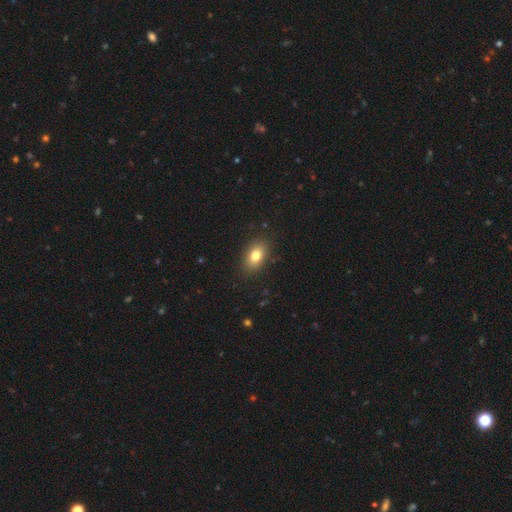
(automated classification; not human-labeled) This is likely a smooth galaxy (79%). How rounded: clearly in between (85%). Merging: clearly none (87%).